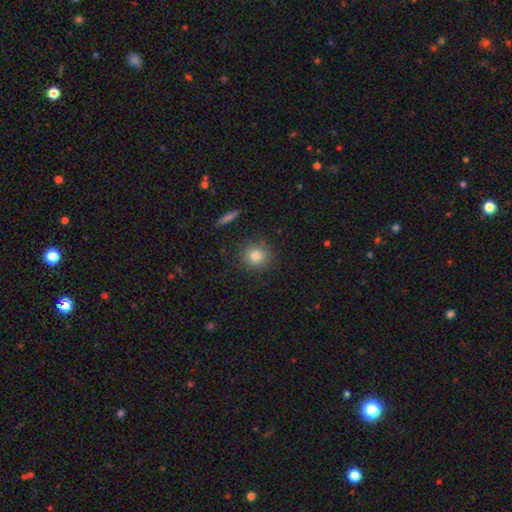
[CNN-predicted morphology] Smooth or featured? smooth (83%)
How rounded? round (88%)
Merging? none (86%)